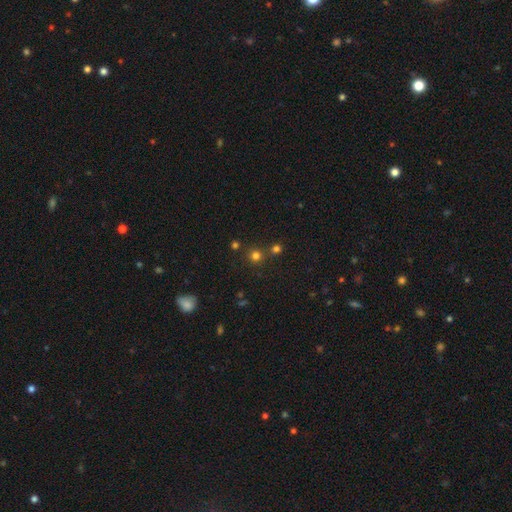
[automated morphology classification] This is likely a smooth galaxy (70%). How rounded: clearly round (92%). Merging: likely none (75%).